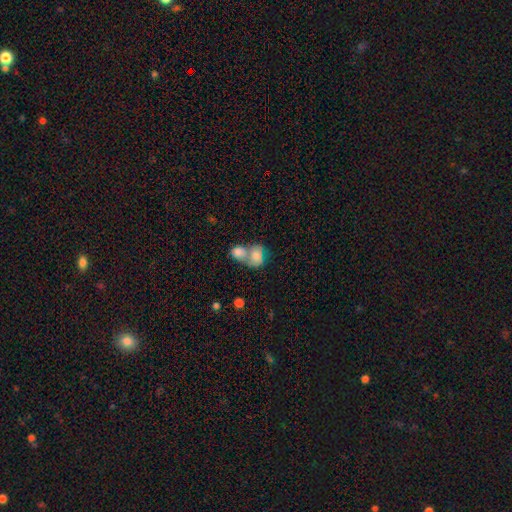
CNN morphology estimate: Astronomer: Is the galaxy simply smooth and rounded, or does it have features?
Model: smooth — 74%.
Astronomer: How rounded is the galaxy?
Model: round — 50% (runner-up: in between, 48%).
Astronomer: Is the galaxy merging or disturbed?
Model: merger — 72%.